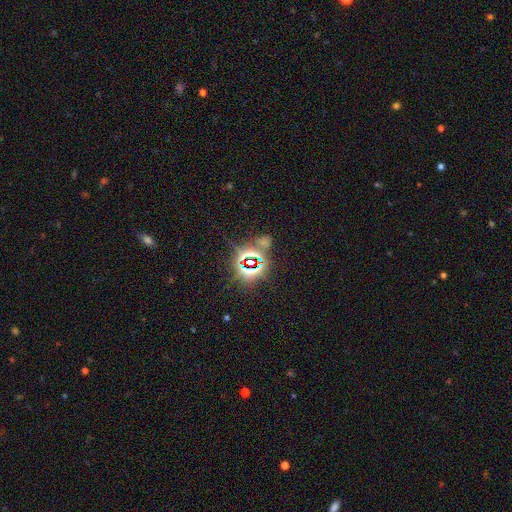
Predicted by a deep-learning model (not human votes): Smooth or featured: star or artifact — 81% (smooth — 11%)